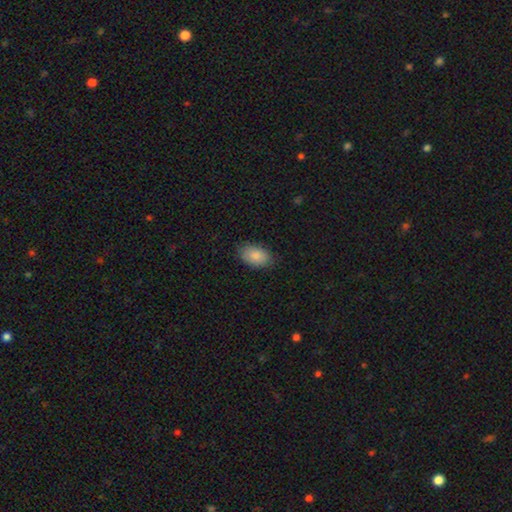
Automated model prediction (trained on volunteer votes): smooth-or-featured: smooth: 86% | featured or disk: 7% | star or artifact: 7%
  how-rounded: in between: 92% | round: 7% | cigar-shaped: 1%
  merging: none: 83% | minor disturbance: 13% | major disturbance: 3% | merger: 1%